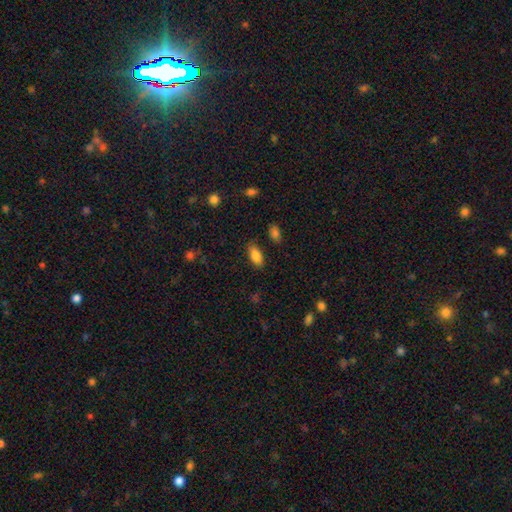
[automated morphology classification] The model was most divided on "merging": none: 83%, minor disturbance: 12%, major disturbance: 3%, merger: 2%. More confident: how rounded — in between (89%); smooth or featured — smooth (85%).